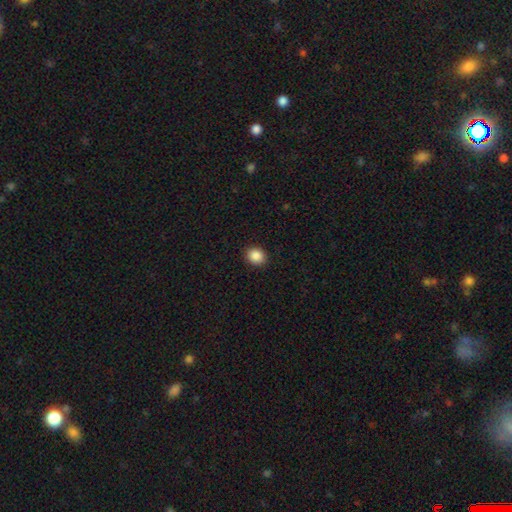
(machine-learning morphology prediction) Smooth or featured: smooth — 88% (star or artifact — 9%)
How rounded: round — 64% (in between — 35%)
Merging: none — 91% (minor disturbance — 6%)